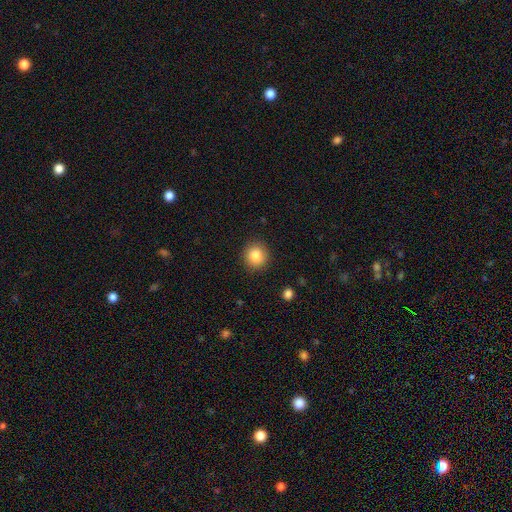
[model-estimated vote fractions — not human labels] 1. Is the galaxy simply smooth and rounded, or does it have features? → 85% smooth, 9% star or artifact, 6% featured or disk.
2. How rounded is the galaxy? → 91% round, 8% in between, 1% cigar-shaped.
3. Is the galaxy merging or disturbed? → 90% none, 7% minor disturbance, 2% major disturbance, 1% merger.